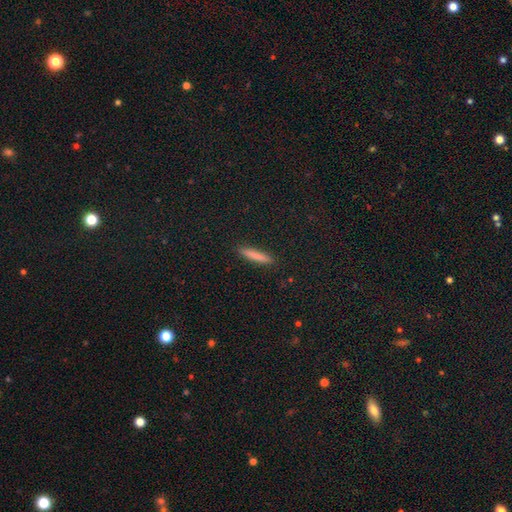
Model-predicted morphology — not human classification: smooth_or_featured: smooth (p=0.80) [alt: featured or disk p=0.12]
how_rounded: cigar-shaped (p=0.93) [alt: in between p=0.06]
merging: none (p=0.91) [alt: minor disturbance p=0.06]